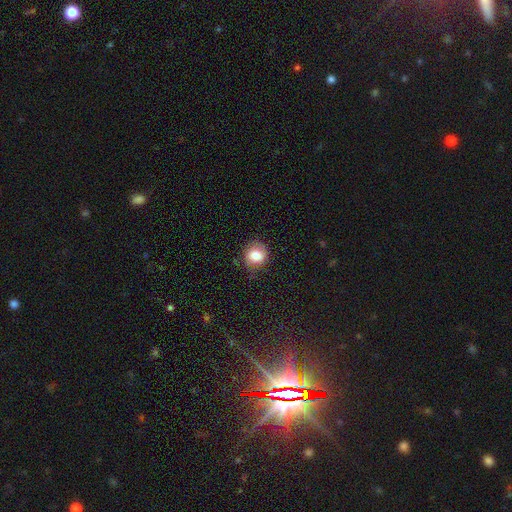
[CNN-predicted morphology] This is likely a smooth galaxy (79%). How rounded: likely round (78%). Merging: likely none (71%).